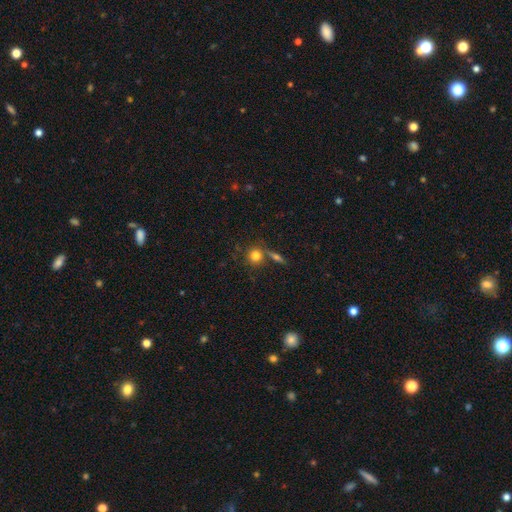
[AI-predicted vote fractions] Smooth or featured: smooth — 77% (featured or disk — 12%)
How rounded: round — 88% (in between — 10%)
Merging: none — 66% (merger — 20%)